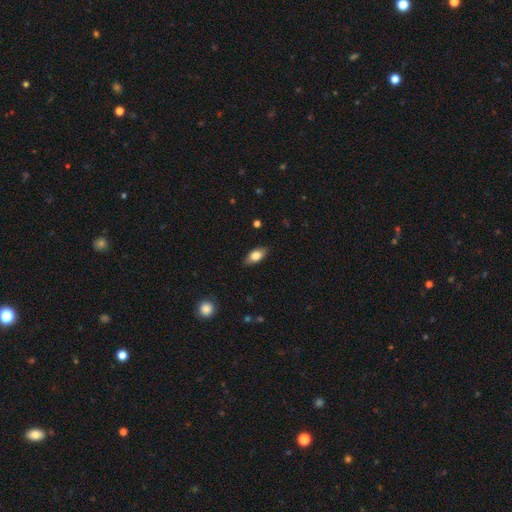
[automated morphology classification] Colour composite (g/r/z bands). It shows a smooth galaxy with no disk features (78%) that is in between round and cigar-shaped (88%). Merging: none (84%).